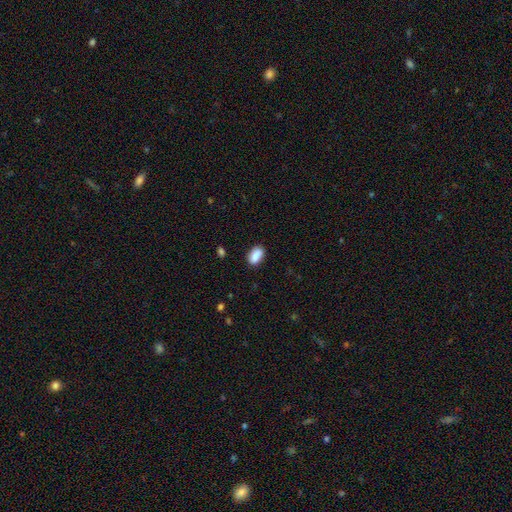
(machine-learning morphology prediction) Smooth or featured: smooth — 88% (star or artifact — 7%)
How rounded: in between — 91% (round — 6%)
Merging: none — 84% (minor disturbance — 12%)